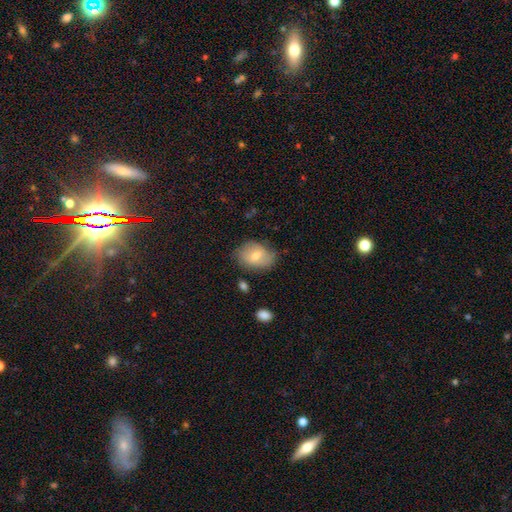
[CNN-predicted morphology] A smooth galaxy with no disk features (66%) that is in between round and cigar-shaped (80%). Merging: none (70%).